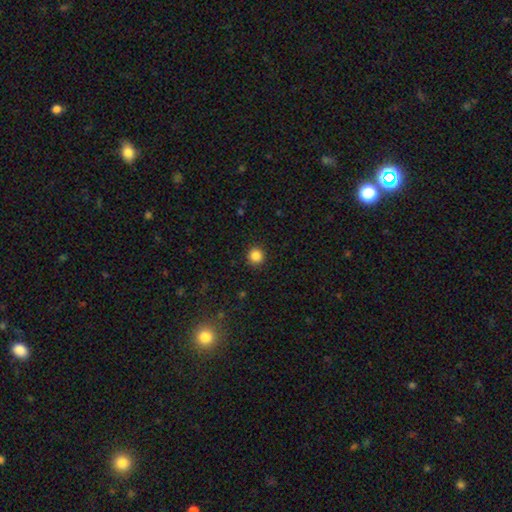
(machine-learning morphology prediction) This appears to be a smooth galaxy with no disk features (86%) that is round (94%). Merging: none (92%).